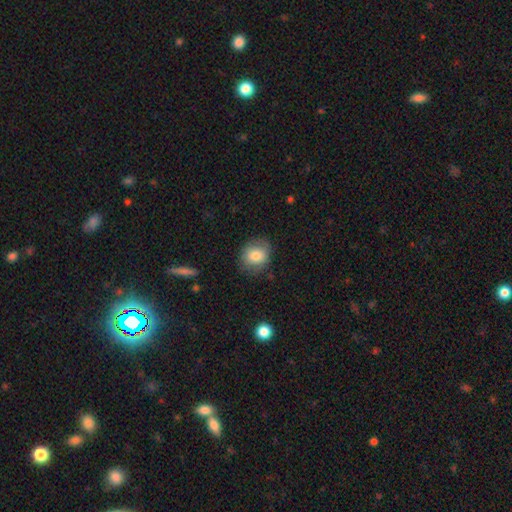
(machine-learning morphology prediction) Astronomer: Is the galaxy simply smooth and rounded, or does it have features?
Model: smooth — 80%.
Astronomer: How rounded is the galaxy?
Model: round — 67%.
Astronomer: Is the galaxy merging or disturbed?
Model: none — 78%.